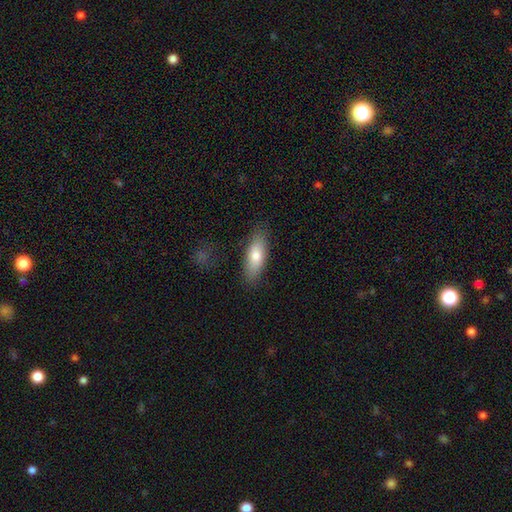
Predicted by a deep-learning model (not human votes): smooth 76%, featured or disk 18%, star or artifact 6%. Down the decision tree: how rounded — in between (68%); merging — none (84%).